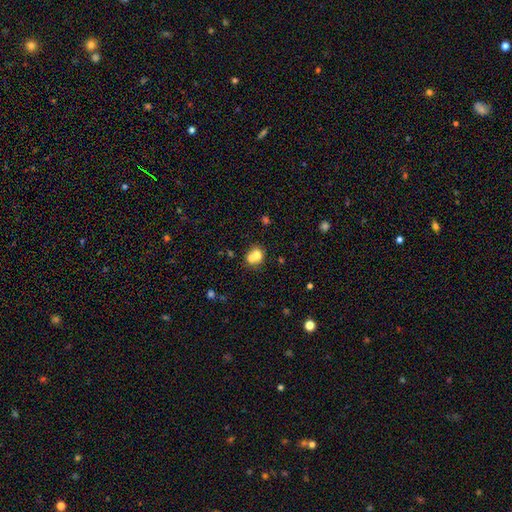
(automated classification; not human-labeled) Morphology: type=smooth (69%); roundness=round (74%); merging=merger (60%).